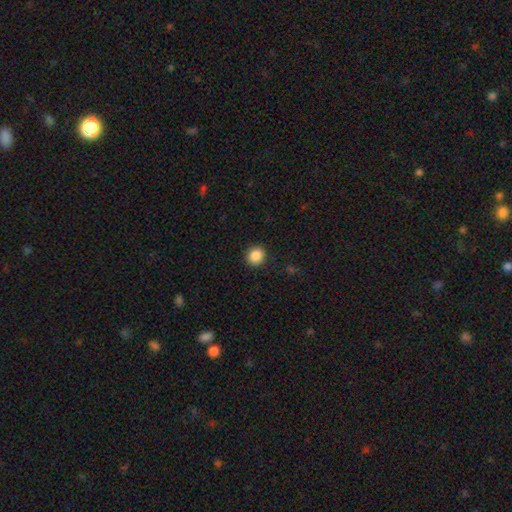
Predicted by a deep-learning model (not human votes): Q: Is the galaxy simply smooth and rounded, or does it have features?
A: smooth — 87%.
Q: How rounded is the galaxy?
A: round — 87%.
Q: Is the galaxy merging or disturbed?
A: none — 92%.